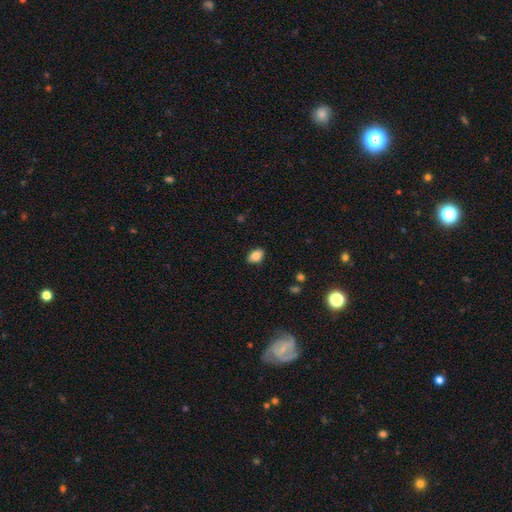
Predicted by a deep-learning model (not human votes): This is clearly a smooth galaxy (86%). How rounded: clearly in between (82%). Merging: clearly none (85%).